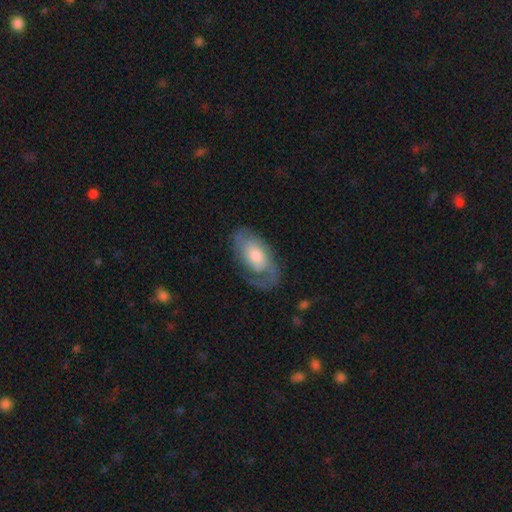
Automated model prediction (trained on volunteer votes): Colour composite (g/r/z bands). It shows a featured or disk galaxy (66%) with no bar (72%), 2 (48%) tight (40%) spiral arms (85%) and a moderate central bulge (52%). Merging: none (62%).